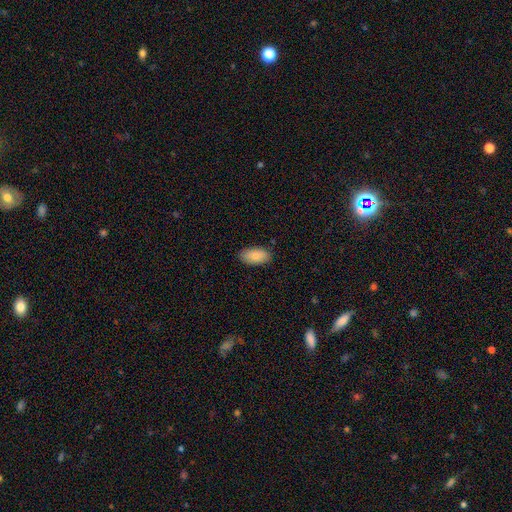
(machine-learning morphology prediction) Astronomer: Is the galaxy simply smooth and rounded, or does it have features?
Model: smooth — 86%.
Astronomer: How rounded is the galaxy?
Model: in between — 94%.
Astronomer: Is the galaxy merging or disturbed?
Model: none — 86%.